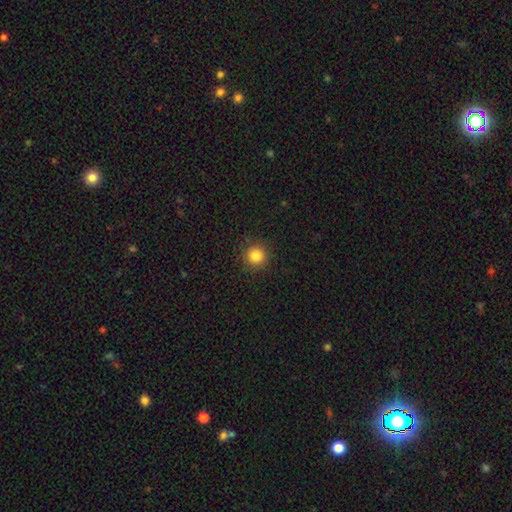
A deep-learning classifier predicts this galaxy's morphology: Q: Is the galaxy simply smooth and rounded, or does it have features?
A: smooth — 84%.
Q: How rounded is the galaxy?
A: round — 94%.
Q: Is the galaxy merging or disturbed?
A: none — 90%.